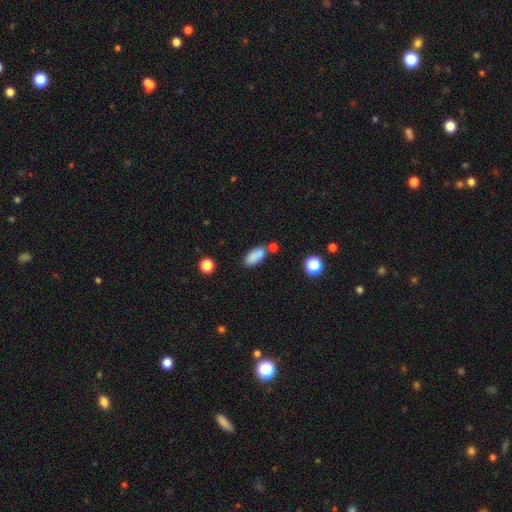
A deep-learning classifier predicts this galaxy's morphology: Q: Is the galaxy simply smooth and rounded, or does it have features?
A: smooth — 83%.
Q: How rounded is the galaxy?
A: in between — 84%.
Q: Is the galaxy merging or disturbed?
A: none — 60%.